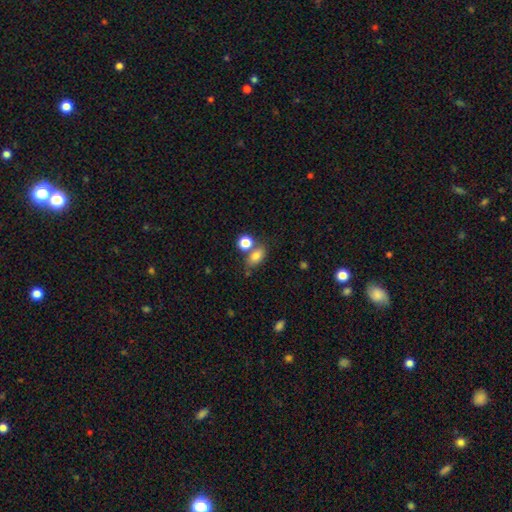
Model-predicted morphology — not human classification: smooth 78%, star or artifact 11%, featured or disk 10%. Down the decision tree: how rounded — in between (77%); merging — none (56%).